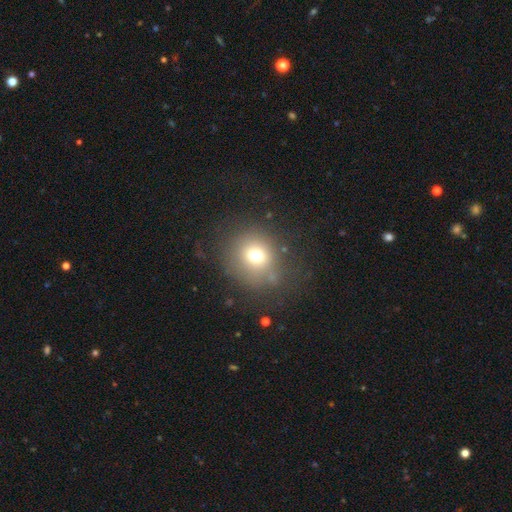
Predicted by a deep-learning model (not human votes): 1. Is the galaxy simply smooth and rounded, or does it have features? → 69% smooth, 18% star or artifact, 13% featured or disk.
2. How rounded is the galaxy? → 87% round, 12% in between, 1% cigar-shaped.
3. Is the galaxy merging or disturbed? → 75% none, 13% minor disturbance, 9% major disturbance, 2% merger.